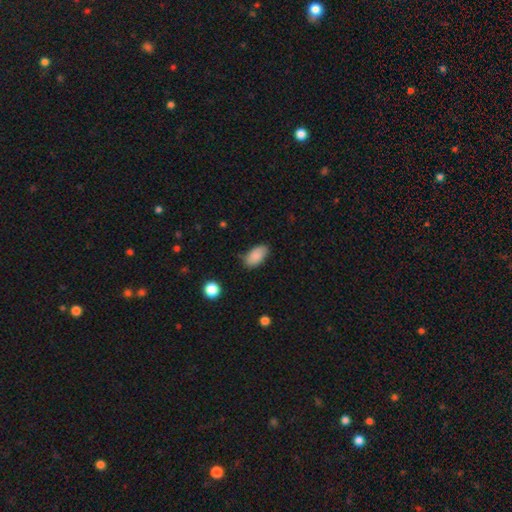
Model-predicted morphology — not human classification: A smooth galaxy with no disk features (88%) that is in between round and cigar-shaped (94%).

Vote fractions:
- Smooth or featured? smooth: 88% / star or artifact: 7% / featured or disk: 5%
- How rounded? in between: 94% / round: 4% / cigar-shaped: 2%
- Merging? none: 76% / minor disturbance: 19% / major disturbance: 4% / merger: 2%